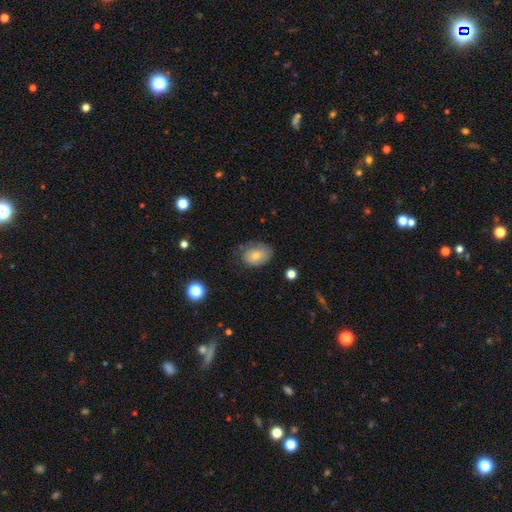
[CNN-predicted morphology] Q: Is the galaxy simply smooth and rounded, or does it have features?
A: smooth — 73%.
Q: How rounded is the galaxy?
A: in between — 80%.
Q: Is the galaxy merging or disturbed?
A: none — 59%.